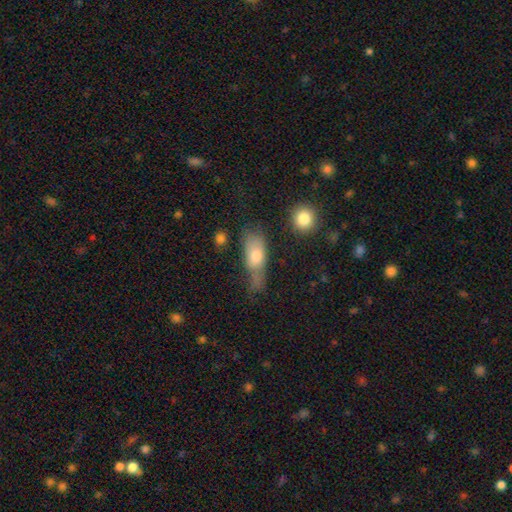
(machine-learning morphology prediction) Smooth or featured? smooth (67%)
How rounded? in between (71%)
Merging? none (34%)